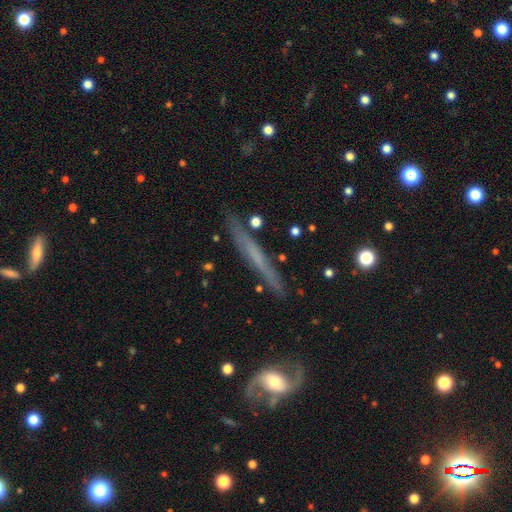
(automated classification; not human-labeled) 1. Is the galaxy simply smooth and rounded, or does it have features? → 58% featured or disk, 33% smooth, 9% star or artifact.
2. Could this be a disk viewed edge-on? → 88% yes, 12% no.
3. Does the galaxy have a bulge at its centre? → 77% none, 16% rounded, 6% boxy.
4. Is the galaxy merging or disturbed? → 80% none, 14% minor disturbance, 3% major disturbance, 3% merger.